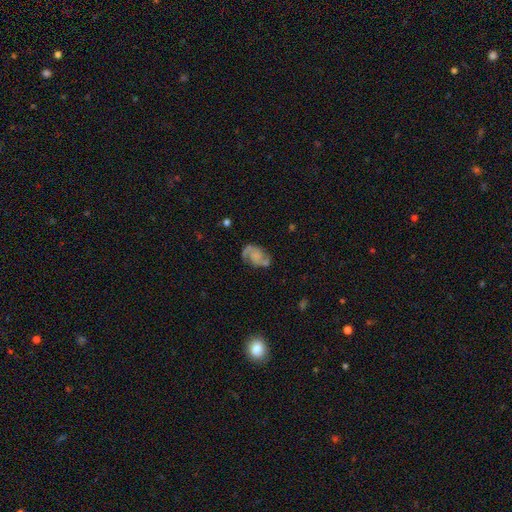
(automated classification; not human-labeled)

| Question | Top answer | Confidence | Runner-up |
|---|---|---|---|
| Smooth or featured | featured or disk | 70% | smooth (20%) |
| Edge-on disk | no | 98% | yes (2%) |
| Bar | no | 67% | weak (27%) |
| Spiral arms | yes | 89% | no (11%) |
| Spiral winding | medium | 45% | loose (35%) |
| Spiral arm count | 2 | 83% | can't tell (7%) |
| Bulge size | none | 56% | small (23%) |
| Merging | none | 58% | minor disturbance (22%) |